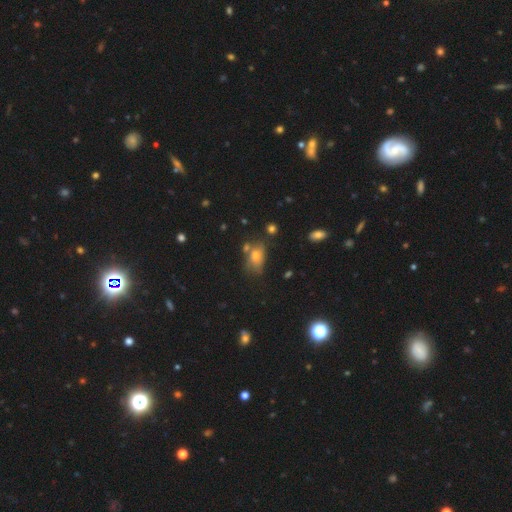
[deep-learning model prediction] Smooth or featured: smooth — 68% (featured or disk — 17%)
How rounded: in between — 80% (round — 17%)
Merging: none — 50% (minor disturbance — 24%)